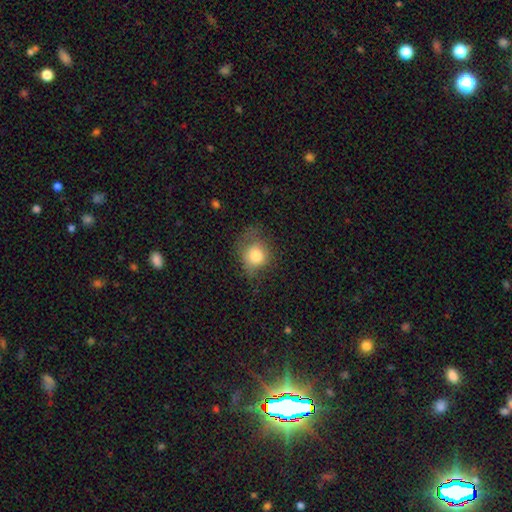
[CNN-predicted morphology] The model was most divided on "merging": none: 43%, minor disturbance: 31%, major disturbance: 25%, merger: 2%. More confident: smooth or featured — smooth (77%); how rounded — round (67%).